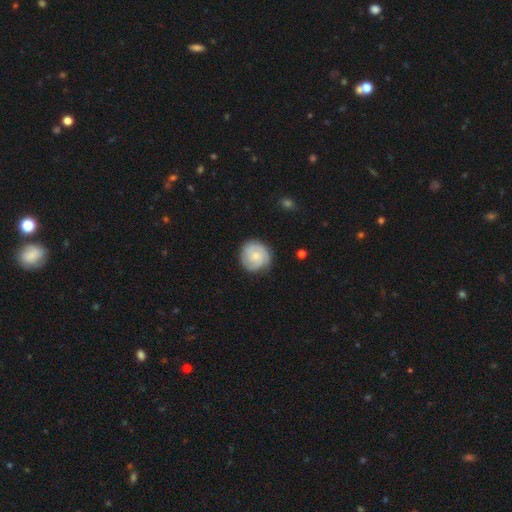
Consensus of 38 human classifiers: Smooth or featured?
  - featured or disk: 63% *
  - smooth: 32%
  - star or artifact: 5%
Edge-on disk?
  - no: 100% *
  - yes: 0%
Bar?
  - no: 79% *
  - weak: 17%
  - strong: 4%
Spiral arms?
  - yes: 88% *
  - no: 12%
Spiral winding?
  - tight: 86% *
  - medium: 10%
  - loose: 5%
Spiral arm count?
  - 2: 52% *
  - can't tell: 24%
  - 3: 19%
  - 4: 5%
  - 1: 0%
  - more than 4: 0%
Bulge size?
  - small: 62% *
  - moderate: 38%
  - dominant: 0%
  - large: 0%
  - none: 0%
Merging?
  - none: 78% *
  - minor disturbance: 19%
  - major disturbance: 3%
  - merger: 0%